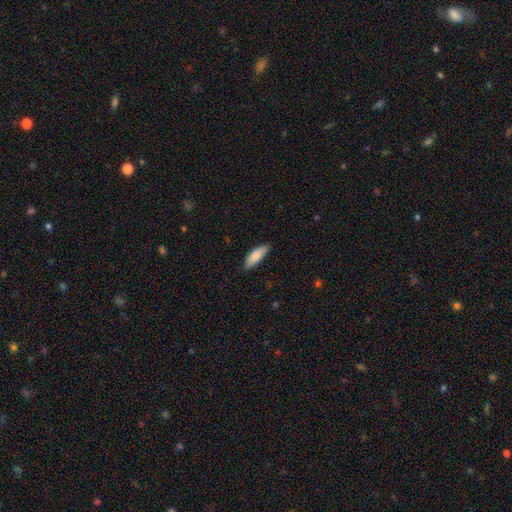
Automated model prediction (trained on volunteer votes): smooth 86%, featured or disk 9%, star or artifact 6%. Down the decision tree: how rounded — in between (65%); merging — none (81%).